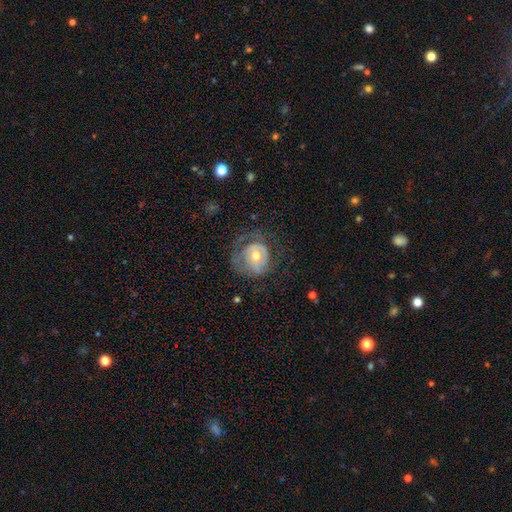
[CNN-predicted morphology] A featured or disk galaxy (55%) with no bar (71%), spiral arms (55%) and a moderate central bulge (71%).

Vote fractions:
- Smooth or featured? featured or disk: 55% / smooth: 38% / star or artifact: 7%
- Edge-on disk? no: 96% / yes: 4%
- Bar? no: 71% / weak: 23% / strong: 6%
- Spiral arms? yes: 55% / no: 45%
- Bulge size? moderate: 71% / small: 22% / large: 5% / none: 1% / dominant: 1%
- Merging? none: 44% / major disturbance: 30% / minor disturbance: 24% / merger: 2%